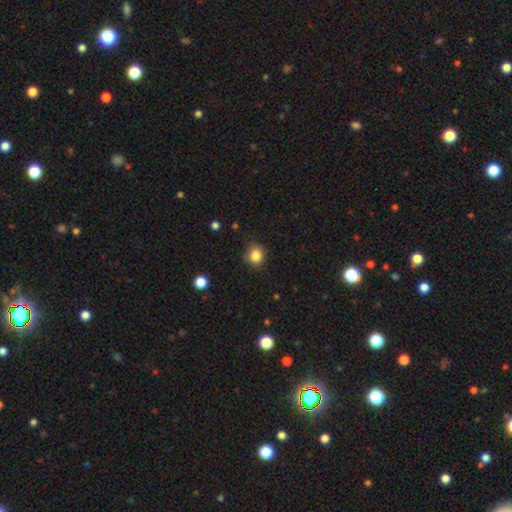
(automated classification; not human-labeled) A smooth galaxy with no disk features (84%) that is round (81%). Merging: none (80%).